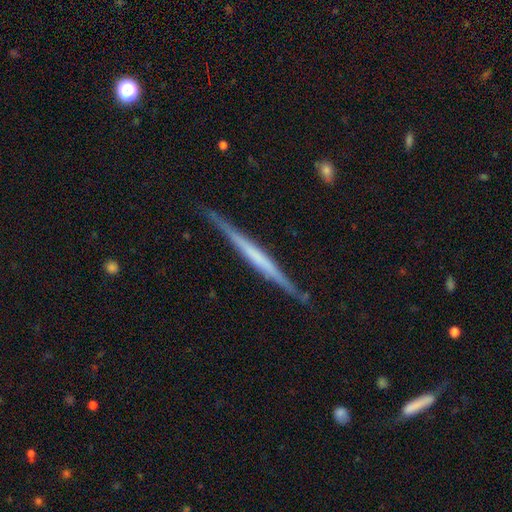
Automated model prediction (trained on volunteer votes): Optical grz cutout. It shows a featured or disk galaxy (69%) viewed edge-on (98%) with no central bulge (67%). Merging: none (87%).